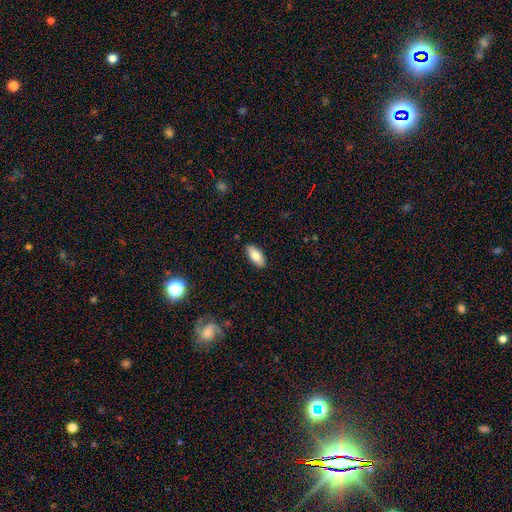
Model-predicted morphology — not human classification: Smooth or featured: smooth — 80% (featured or disk — 13%)
How rounded: in between — 87% (cigar-shaped — 11%)
Merging: none — 89% (minor disturbance — 8%)